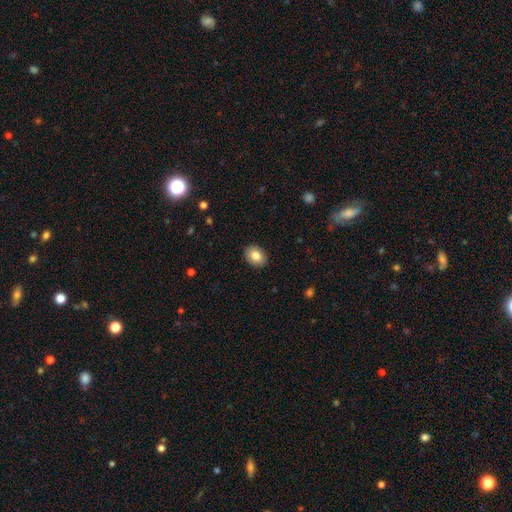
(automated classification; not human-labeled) smooth 84%, featured or disk 9%, star or artifact 8%. Down the decision tree: how rounded — in between (70%); merging — none (89%).